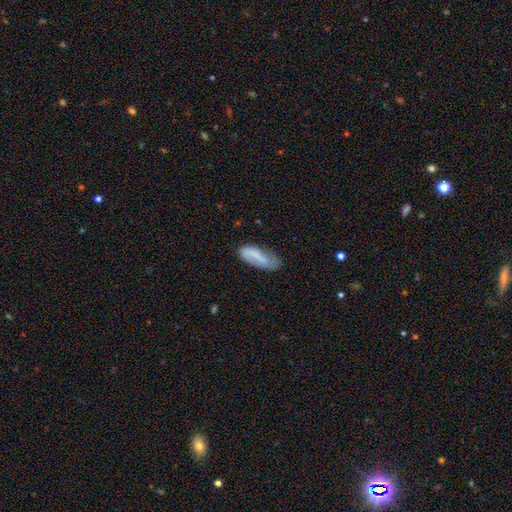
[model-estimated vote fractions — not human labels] Smooth or featured?
  - smooth: 57% *
  - featured or disk: 35%
  - star or artifact: 8%
How rounded?
  - in between: 69% *
  - cigar-shaped: 29%
  - round: 2%
Merging?
  - none: 59% *
  - minor disturbance: 28%
  - major disturbance: 10%
  - merger: 2%